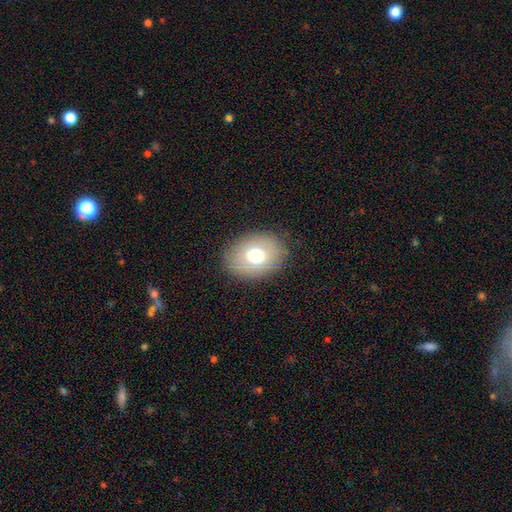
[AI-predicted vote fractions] Morphology: type=smooth (72%); roundness=in between (63%); merging=none (86%).